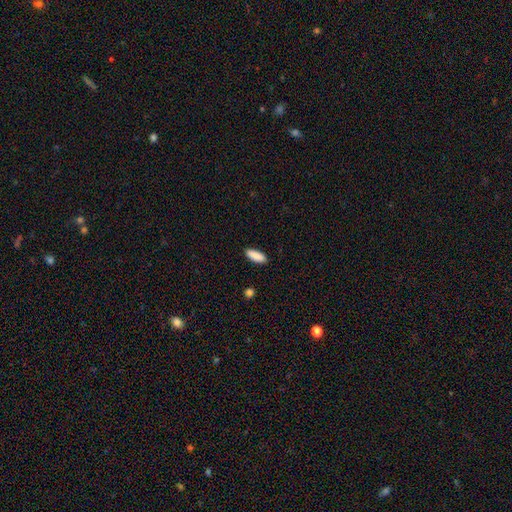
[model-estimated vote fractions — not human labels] Overall: smooth (90%). How rounded: in between (68%; cigar-shaped 30%). Merging: none (88%).